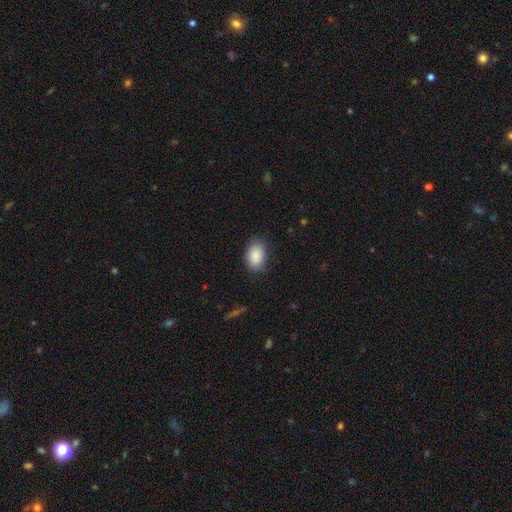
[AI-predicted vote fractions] A smooth galaxy with no disk features (89%) that is in between round and cigar-shaped (86%).

Vote fractions:
- Smooth or featured? smooth: 89% / star or artifact: 7% / featured or disk: 4%
- How rounded? in between: 86% / round: 13% / cigar-shaped: 1%
- Merging? none: 81% / minor disturbance: 14% / major disturbance: 3% / merger: 1%